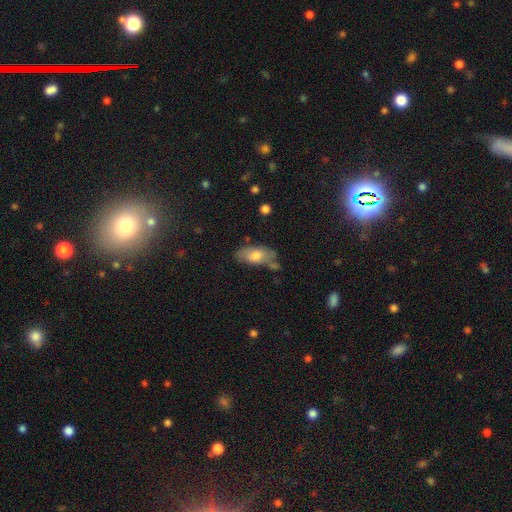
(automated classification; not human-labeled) The model was most divided on "merging": none: 60%, minor disturbance: 23%, merger: 11%, major disturbance: 7%. More confident: how rounded — in between (90%); smooth or featured — smooth (73%).